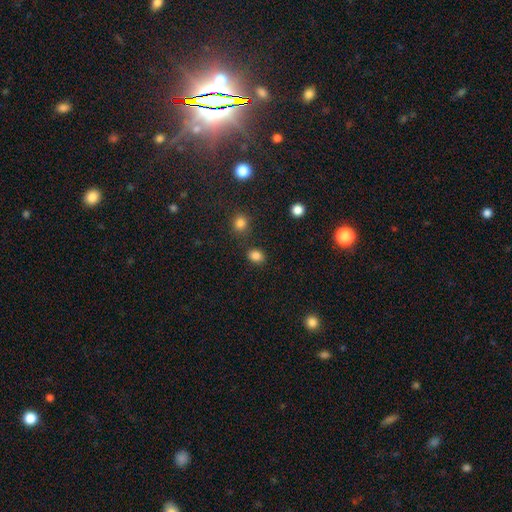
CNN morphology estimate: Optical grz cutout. It shows a smooth galaxy with no disk features (84%) that is in between round and cigar-shaped (54%). Merging: none (81%).